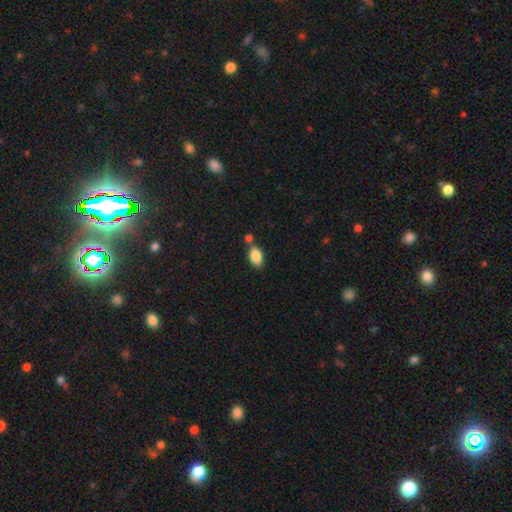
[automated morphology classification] A smooth galaxy with no disk features (85%) that is in between round and cigar-shaped (91%).

Vote fractions:
- Smooth or featured? smooth: 85% / star or artifact: 8% / featured or disk: 7%
- How rounded? in between: 91% / round: 5% / cigar-shaped: 3%
- Merging? none: 63% / merger: 19% / minor disturbance: 14% / major disturbance: 3%